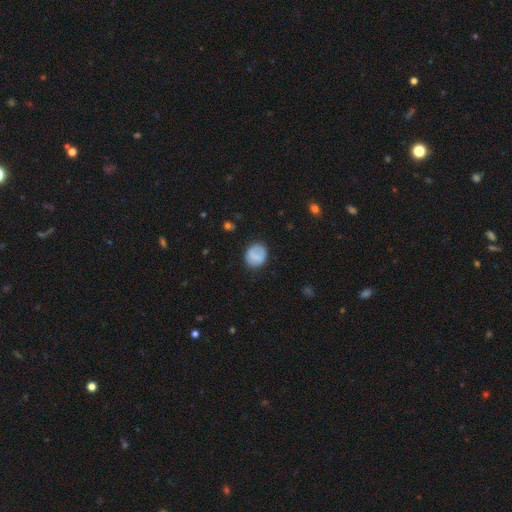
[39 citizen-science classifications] Smooth or featured: smooth — 77% (featured or disk — 15%)
How rounded: round — 80% (in between — 20%)
Merging: none — 83% (minor disturbance — 8%)